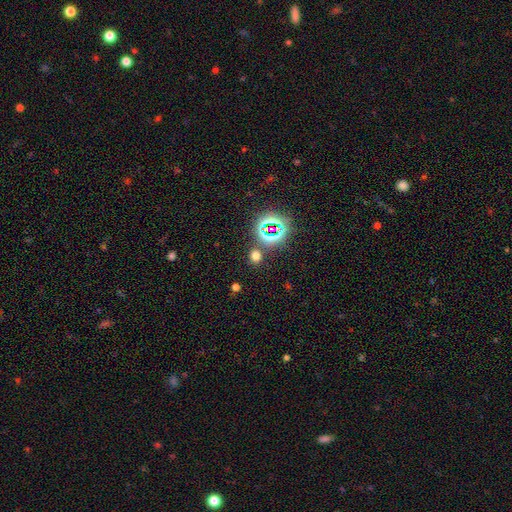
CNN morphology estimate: A smooth galaxy with no disk features (59%) that is round (75%).

Vote fractions:
- Smooth or featured? smooth: 59% / star or artifact: 35% / featured or disk: 6%
- How rounded? round: 75% / in between: 24% / cigar-shaped: 1%
- Merging? none: 82% / minor disturbance: 8% / merger: 7% / major disturbance: 3%